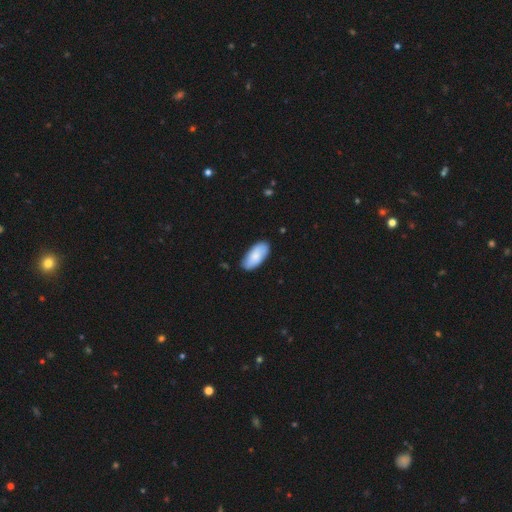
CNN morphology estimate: A smooth galaxy with no disk features (78%) that is in between round and cigar-shaped (92%). Merging: none (82%).